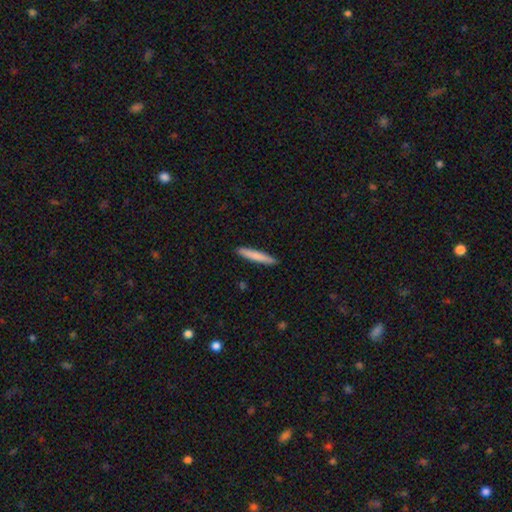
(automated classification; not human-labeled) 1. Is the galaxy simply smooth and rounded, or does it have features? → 81% smooth, 14% featured or disk, 5% star or artifact.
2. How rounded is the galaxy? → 94% cigar-shaped, 5% in between, 1% round.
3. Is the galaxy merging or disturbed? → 91% none, 6% minor disturbance, 1% major disturbance, 1% merger.